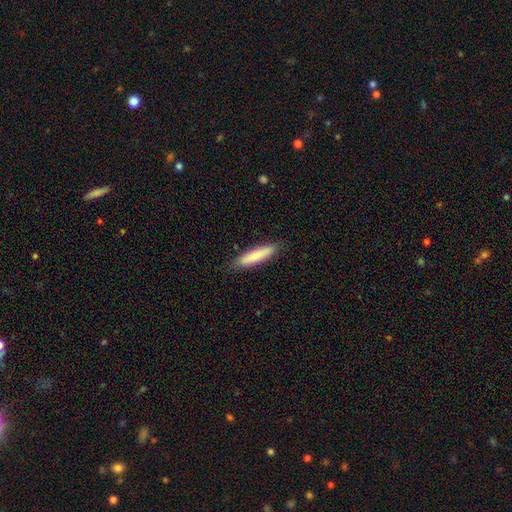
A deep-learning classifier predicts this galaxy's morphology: This appears to be a smooth galaxy with no disk features (81%) that is cigar-shaped (85%). Merging: none (87%).